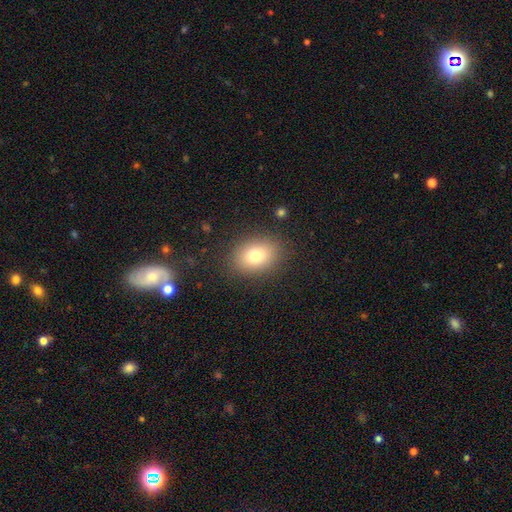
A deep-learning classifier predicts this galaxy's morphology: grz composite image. It shows a smooth galaxy with no disk features (77%) that is in between round and cigar-shaped (64%). Merging: none (86%).